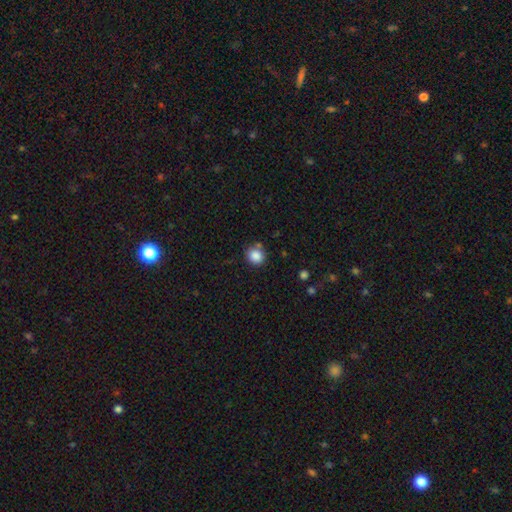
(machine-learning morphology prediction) smooth-or-featured: smooth: 86% | star or artifact: 10% | featured or disk: 4%
  how-rounded: round: 78% | in between: 21% | cigar-shaped: 1%
  merging: none: 76% | minor disturbance: 13% | merger: 7% | major disturbance: 4%